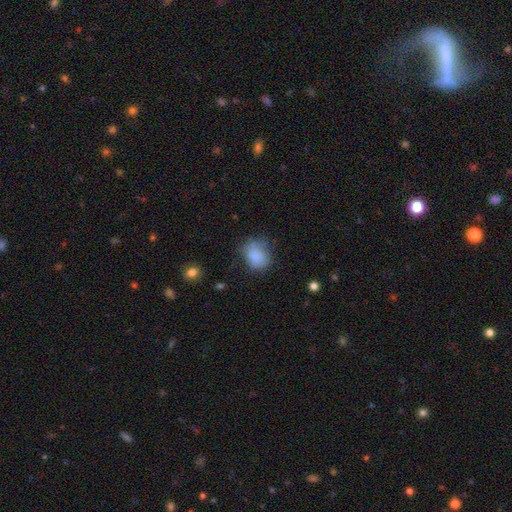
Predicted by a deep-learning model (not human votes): A smooth galaxy with no disk features (81%) that is in between round and cigar-shaped (50%). Merging: none (55%).